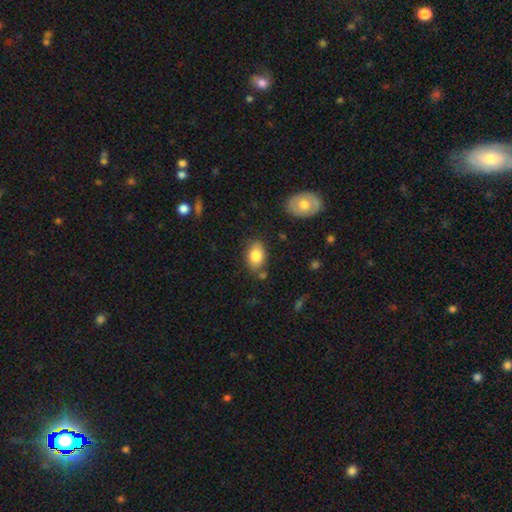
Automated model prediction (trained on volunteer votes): Smooth or featured? smooth (81%)
How rounded? in between (85%)
Merging? none (75%)